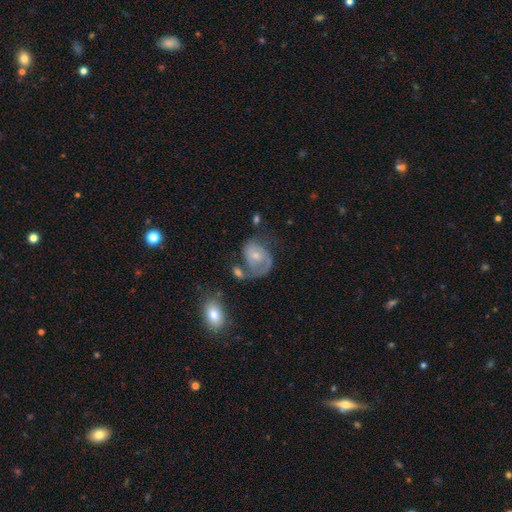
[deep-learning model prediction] featured or disk 63%, smooth 30%, star or artifact 8%. Down the decision tree: edge-on disk — no (97%); bar — no (67%); spiral arms — yes (78%); bulge size — small (52%); merging — none (30%, tied with major disturbance).